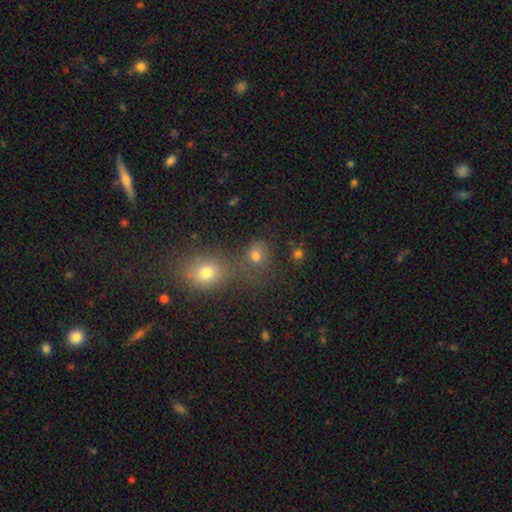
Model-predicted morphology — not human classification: This appears to be a smooth galaxy with no disk features (74%) that is round (75%). Merging: none (51%).